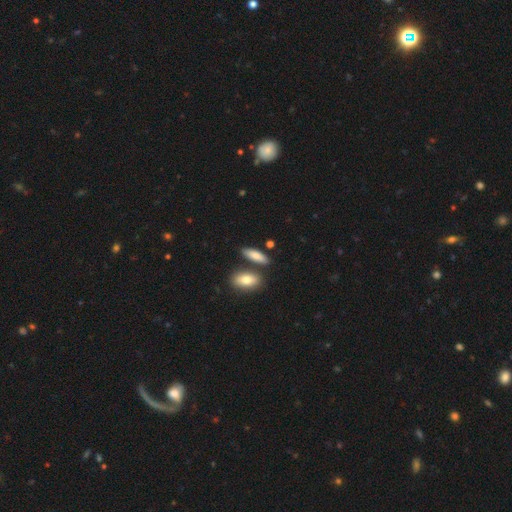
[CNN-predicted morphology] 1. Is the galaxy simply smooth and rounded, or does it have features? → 79% smooth, 14% featured or disk, 6% star or artifact.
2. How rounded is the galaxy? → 54% in between, 42% cigar-shaped, 4% round.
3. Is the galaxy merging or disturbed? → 71% none, 14% merger, 12% minor disturbance, 3% major disturbance.